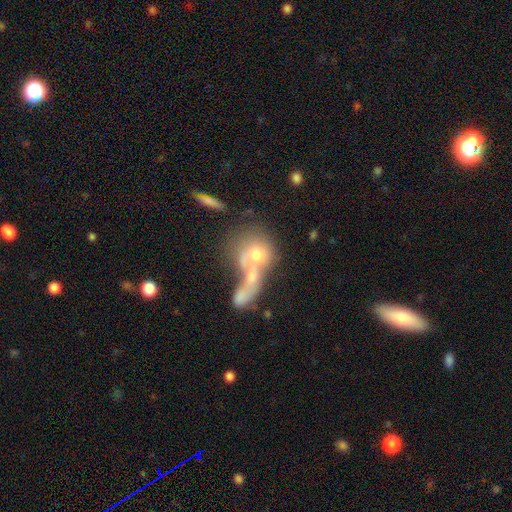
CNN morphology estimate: Smooth or featured: smooth — 58% (featured or disk — 31%)
How rounded: round — 65% (in between — 31%)
Merging: merger — 68% (none — 15%)